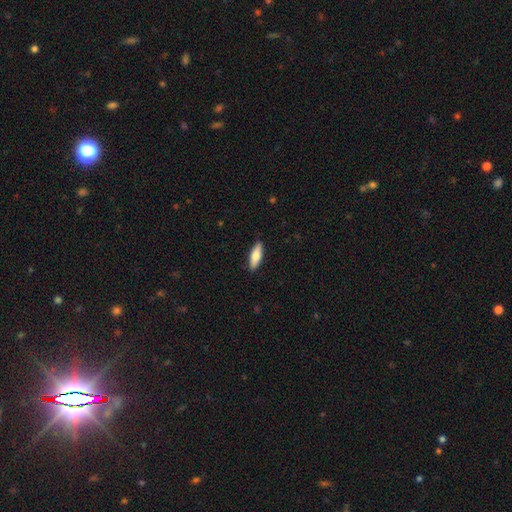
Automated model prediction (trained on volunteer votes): Q: Smooth or featured?
A: smooth (72%); runner-up: featured or disk (23%)
Q: How rounded?
A: in between (53%); runner-up: cigar-shaped (45%)
Q: Merging?
A: none (89%); runner-up: minor disturbance (8%)